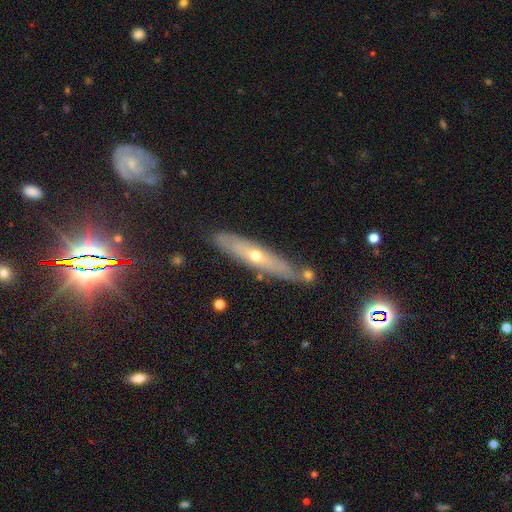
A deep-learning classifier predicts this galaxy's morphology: Overall: featured or disk (64%; smooth 25%). Edge-on disk: yes (69%; no 31%). Merging: none (77%).